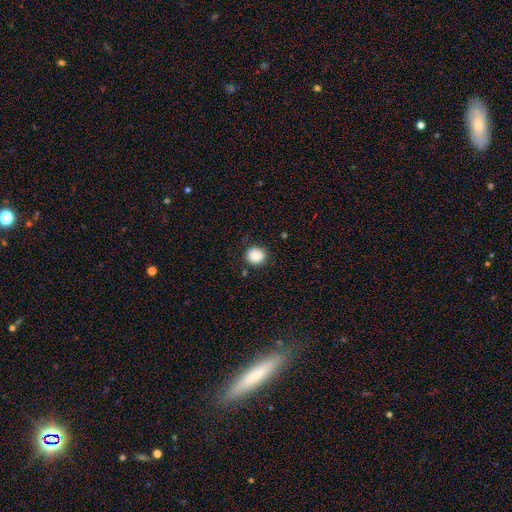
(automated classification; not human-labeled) Smooth or featured: smooth — 89% (star or artifact — 9%)
How rounded: round — 79% (in between — 20%)
Merging: none — 85% (minor disturbance — 10%)